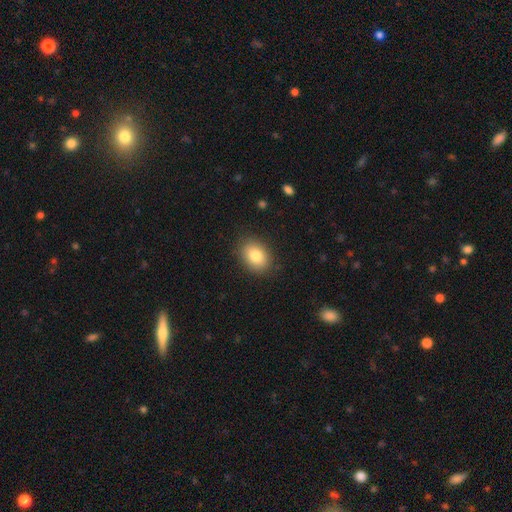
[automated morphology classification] type=smooth (82%); roundness=in between (68%); merging=none (86%).